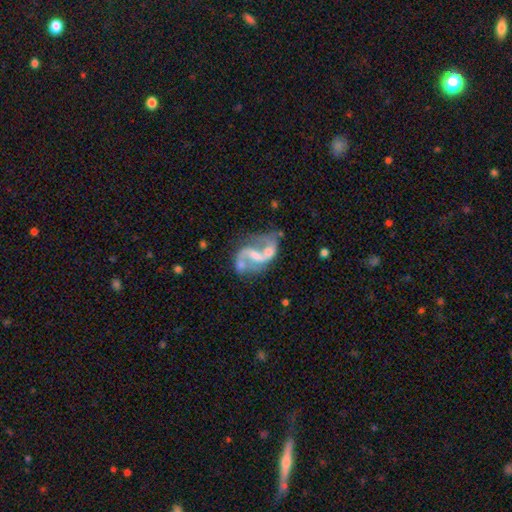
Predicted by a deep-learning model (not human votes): Smooth or featured?
  - featured or disk: 84% *
  - smooth: 8%
  - star or artifact: 7%
Edge-on disk?
  - no: 98% *
  - yes: 2%
Bar?
  - weak: 45% *
  - strong: 30%
  - no: 25%
Spiral arms?
  - yes: 89% *
  - no: 11%
Spiral winding?
  - loose: 62% *
  - medium: 32%
  - tight: 6%
Spiral arm count?
  - 2: 88% *
  - 1: 5%
  - can't tell: 4%
  - 3: 1%
  - 4: 1%
  - more than 4: 1%
Bulge size?
  - small: 38% *
  - moderate: 30%
  - none: 27%
  - large: 4%
  - dominant: 1%
Merging?
  - none: 40% *
  - merger: 22%
  - major disturbance: 20%
  - minor disturbance: 17%